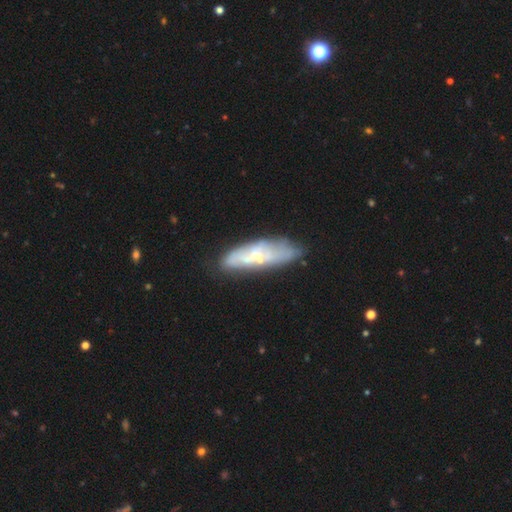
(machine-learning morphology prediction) This appears to be a featured or disk galaxy (51%). Merging: none (58%).